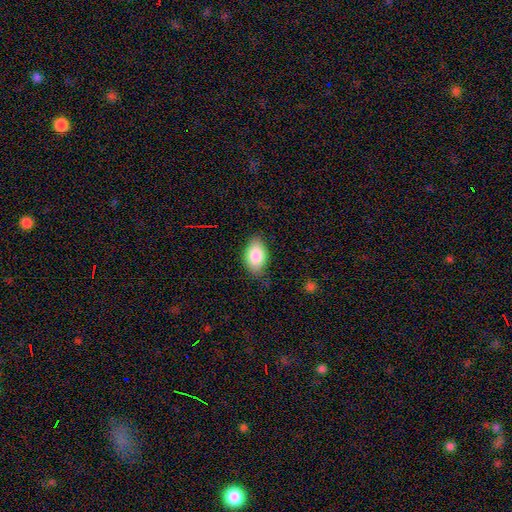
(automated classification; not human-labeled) Q: Smooth or featured?
A: smooth (85%); runner-up: featured or disk (8%)
Q: How rounded?
A: in between (92%); runner-up: round (7%)
Q: Merging?
A: none (73%); runner-up: minor disturbance (21%)